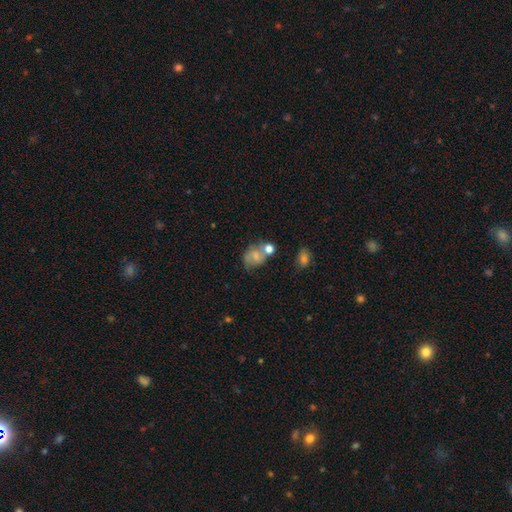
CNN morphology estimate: smooth_or_featured: smooth (p=0.49) [alt: featured or disk p=0.40]
merging: none (p=0.41) [alt: merger p=0.27]